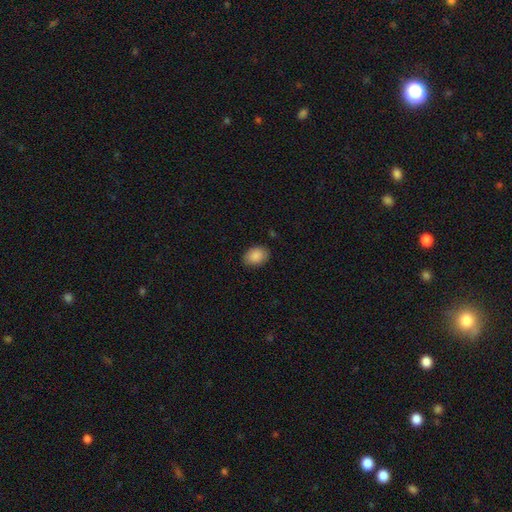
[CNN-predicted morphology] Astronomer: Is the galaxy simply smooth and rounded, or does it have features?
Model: smooth — 87%.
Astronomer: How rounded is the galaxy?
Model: in between — 78%.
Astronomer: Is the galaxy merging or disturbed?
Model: none — 85%.